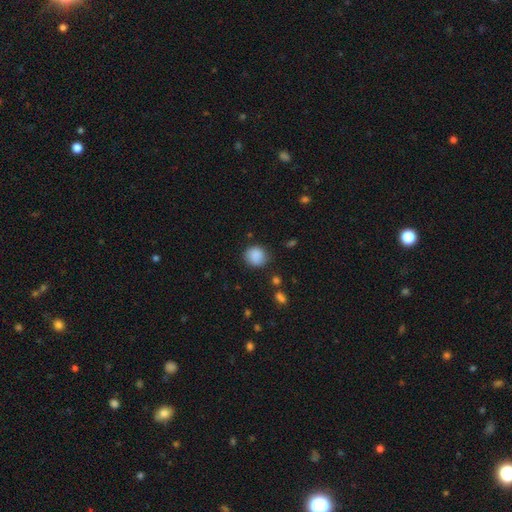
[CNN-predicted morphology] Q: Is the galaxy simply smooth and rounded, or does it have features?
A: smooth — 87%.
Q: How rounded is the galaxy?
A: round — 84%.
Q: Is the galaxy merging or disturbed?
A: none — 80%.